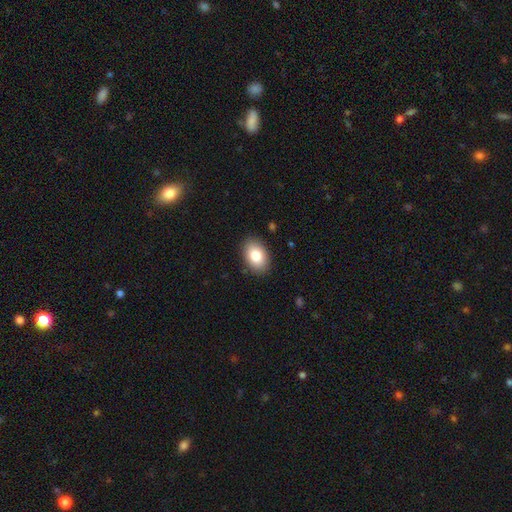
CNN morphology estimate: smooth_or_featured: smooth (p=0.85) [alt: featured or disk p=0.08]
how_rounded: in between (p=0.87) [alt: round p=0.12]
merging: none (p=0.88) [alt: minor disturbance p=0.09]